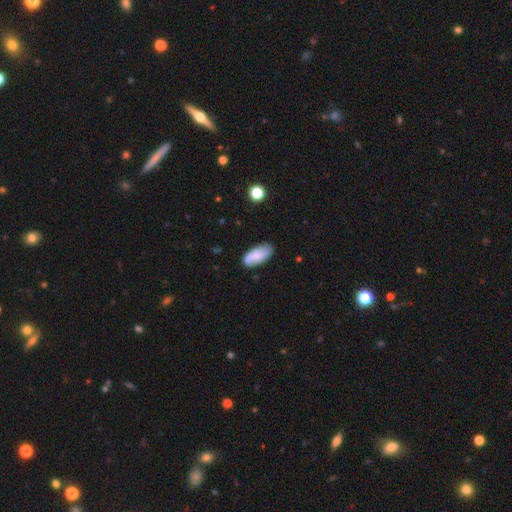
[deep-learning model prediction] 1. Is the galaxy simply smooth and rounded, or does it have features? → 70% smooth, 22% featured or disk, 7% star or artifact.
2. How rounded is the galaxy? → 90% in between, 8% cigar-shaped, 2% round.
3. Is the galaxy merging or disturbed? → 73% none, 20% minor disturbance, 5% major disturbance, 2% merger.